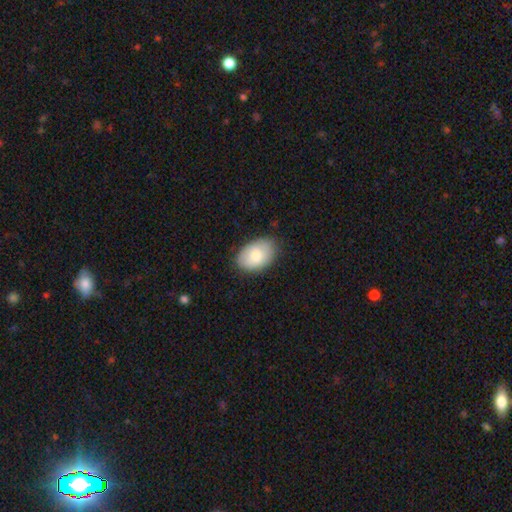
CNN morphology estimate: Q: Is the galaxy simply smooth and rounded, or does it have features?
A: smooth — 79%.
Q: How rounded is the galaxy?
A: in between — 88%.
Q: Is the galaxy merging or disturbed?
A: none — 79%.